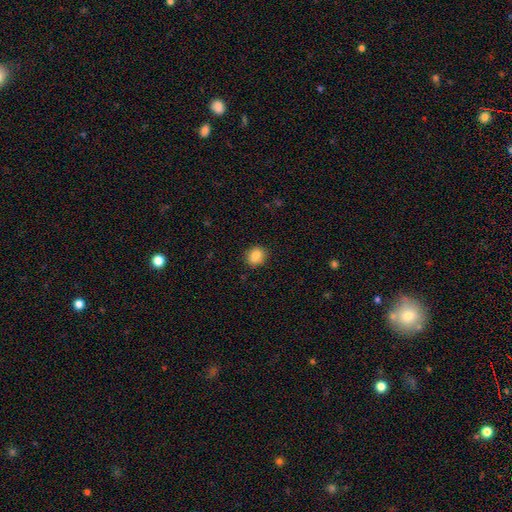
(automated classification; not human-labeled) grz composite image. It shows a smooth galaxy with no disk features (86%) that is round (50%). Merging: none (86%).